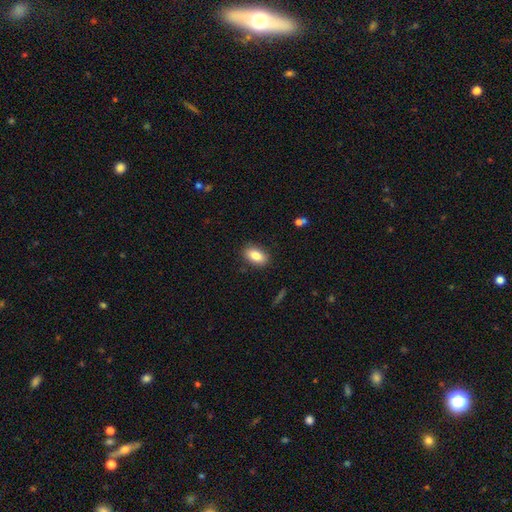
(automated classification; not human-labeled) Smooth or featured? Predicted: smooth (p=0.84). How rounded? Predicted: in between (p=0.88). Merging? Predicted: none (p=0.86).